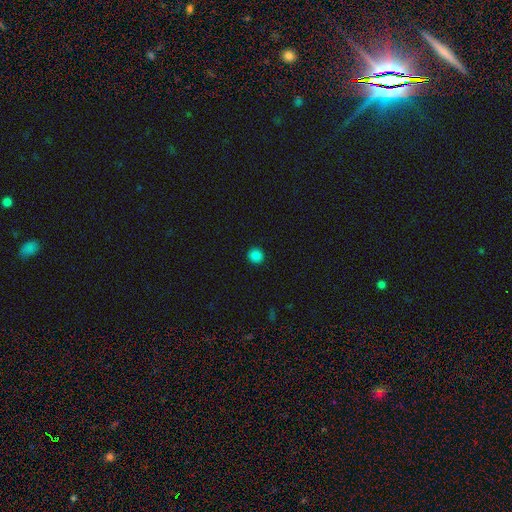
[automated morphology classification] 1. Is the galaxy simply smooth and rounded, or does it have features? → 85% smooth, 12% star or artifact, 2% featured or disk.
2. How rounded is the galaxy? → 94% round, 5% in between, 1% cigar-shaped.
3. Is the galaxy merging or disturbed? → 93% none, 5% minor disturbance, 2% major disturbance, 1% merger.